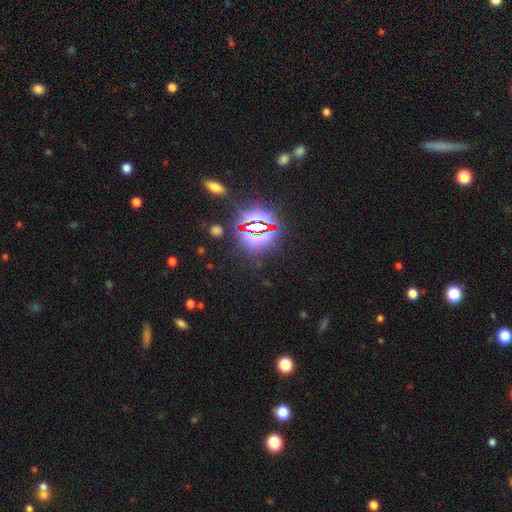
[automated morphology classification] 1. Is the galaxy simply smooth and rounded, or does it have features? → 82% star or artifact, 10% smooth, 7% featured or disk.